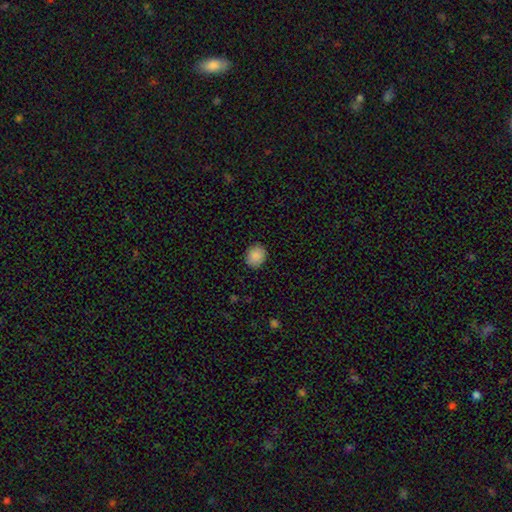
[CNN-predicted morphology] Q: Smooth or featured?
A: smooth (88%); runner-up: star or artifact (8%)
Q: How rounded?
A: round (74%); runner-up: in between (25%)
Q: Merging?
A: none (89%); runner-up: minor disturbance (8%)